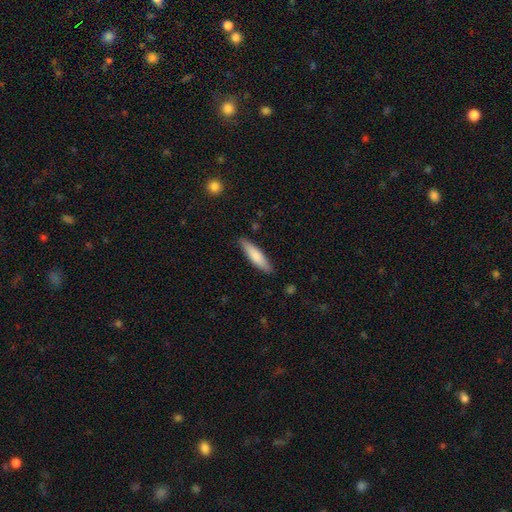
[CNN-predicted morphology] The model was most divided on "how rounded": cigar-shaped: 76%, in between: 23%, round: 1%. More confident: merging — none (88%); smooth or featured — smooth (79%).